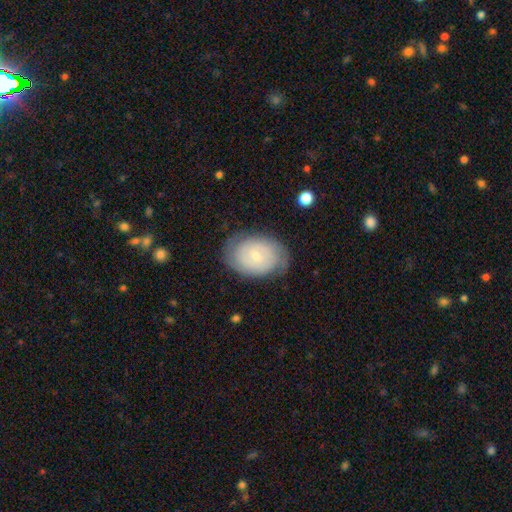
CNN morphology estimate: Overall: featured or disk (61%; smooth 31%). Edge-on disk: no (97%). Bar: no (64%; weak 30%). Spiral arms: yes (87%). Spiral arm count: 2 (50%; can't tell 34%). Spiral winding: tight (68%). Bulge size: small (77%). Merging: none (77%).